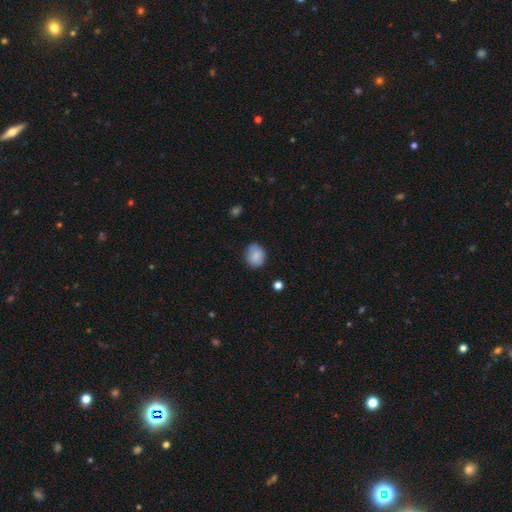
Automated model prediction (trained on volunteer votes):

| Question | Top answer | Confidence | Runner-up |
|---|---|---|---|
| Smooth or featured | smooth | 82% | featured or disk (10%) |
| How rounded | round | 57% | in between (42%) |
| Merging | none | 76% | minor disturbance (18%) |